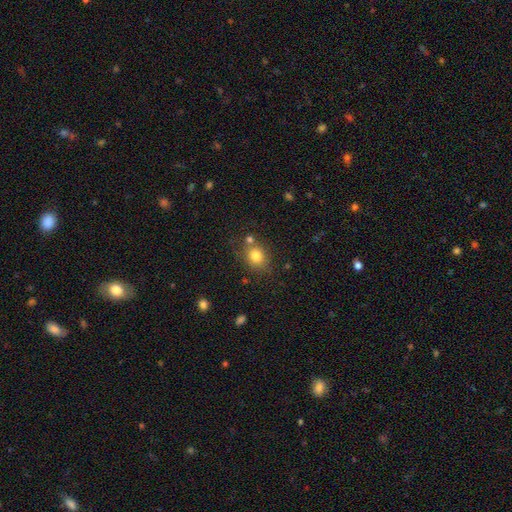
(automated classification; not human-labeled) This is clearly a smooth galaxy (80%). How rounded: likely round (64%). Merging: likely none (69%).